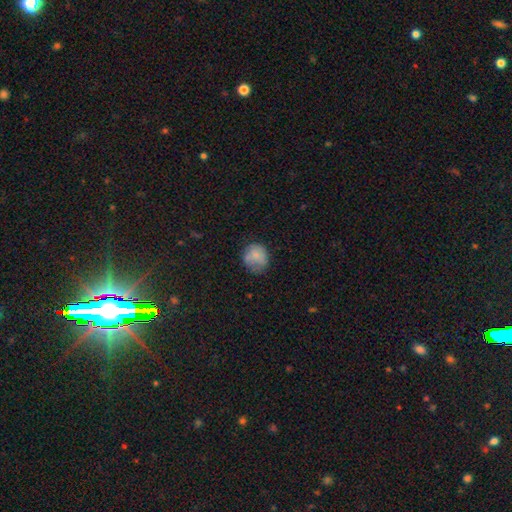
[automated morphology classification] smooth-or-featured: smooth: 77% | featured or disk: 14% | star or artifact: 9%
  how-rounded: round: 76% | in between: 23% | cigar-shaped: 1%
  merging: none: 60% | minor disturbance: 27% | major disturbance: 11% | merger: 2%